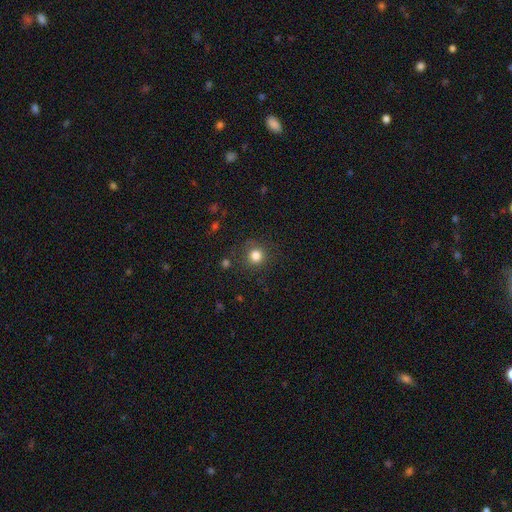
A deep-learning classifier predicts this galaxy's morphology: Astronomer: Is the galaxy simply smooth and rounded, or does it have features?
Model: smooth — 81%.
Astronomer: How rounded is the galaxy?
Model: round — 92%.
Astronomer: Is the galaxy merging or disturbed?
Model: none — 84%.